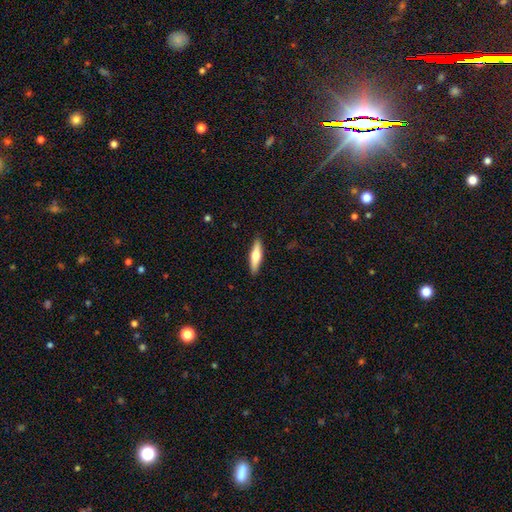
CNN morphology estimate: A smooth galaxy with no disk features (57%) that is cigar-shaped (71%).

Vote fractions:
- Smooth or featured? smooth: 57% / featured or disk: 37% / star or artifact: 5%
- How rounded? cigar-shaped: 71% / in between: 27% / round: 2%
- Merging? none: 90% / minor disturbance: 8% / major disturbance: 2% / merger: 1%